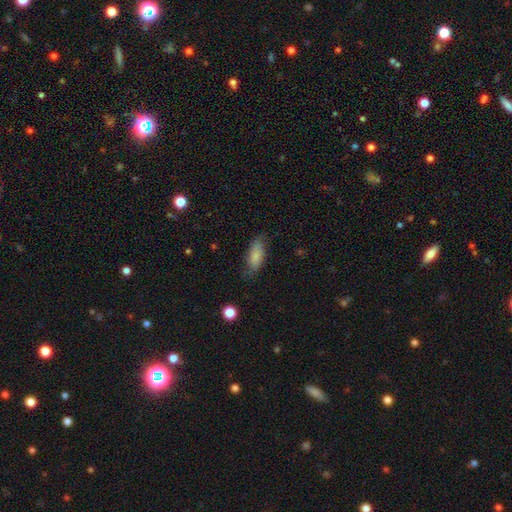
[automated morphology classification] A smooth galaxy with no disk features (79%) that is in between round and cigar-shaped (80%). Merging: none (67%).